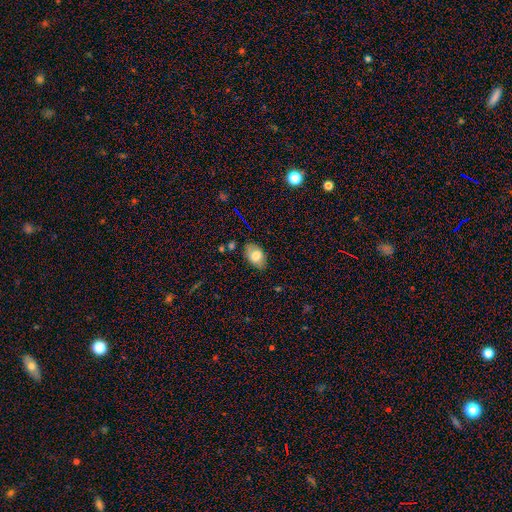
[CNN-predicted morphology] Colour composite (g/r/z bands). It shows a smooth galaxy with no disk features (75%) that is in between round and cigar-shaped (88%). Merging: none (78%).